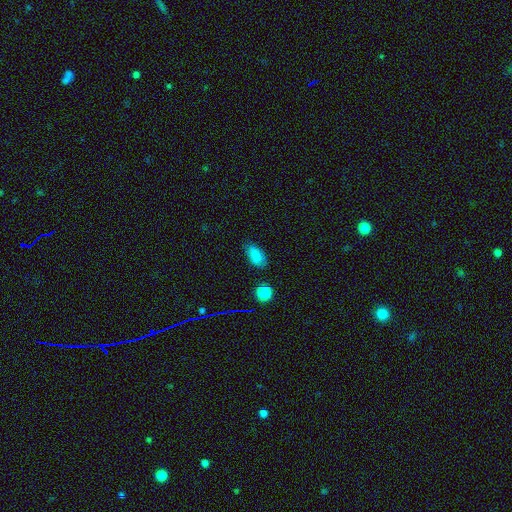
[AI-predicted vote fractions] smooth 82%, star or artifact 12%, featured or disk 6%. Down the decision tree: how rounded — in between (88%); merging — none (75%).